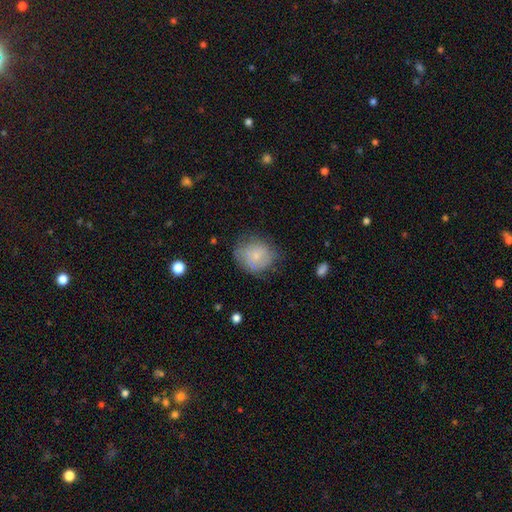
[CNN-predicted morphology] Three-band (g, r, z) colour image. It shows a smooth galaxy with no disk features (69%) that is round (77%). Merging: none (60%).